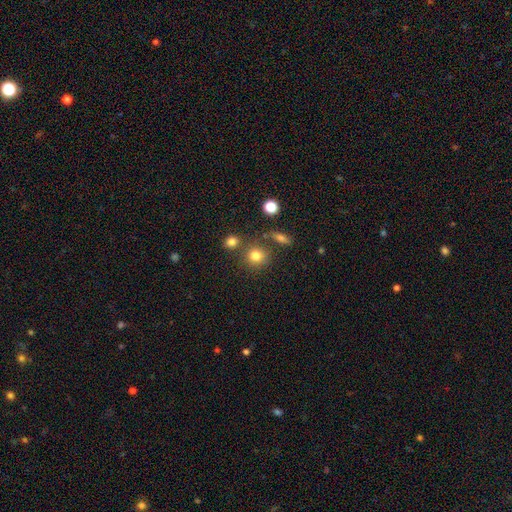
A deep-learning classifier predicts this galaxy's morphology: Smooth or featured? smooth (79%)
How rounded? round (87%)
Merging? none (73%)